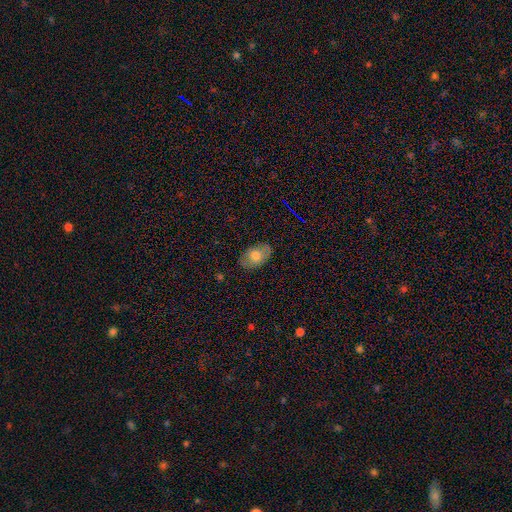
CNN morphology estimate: Q: Smooth or featured?
A: smooth (69%); runner-up: featured or disk (23%)
Q: How rounded?
A: in between (89%); runner-up: round (9%)
Q: Merging?
A: none (81%); runner-up: minor disturbance (15%)